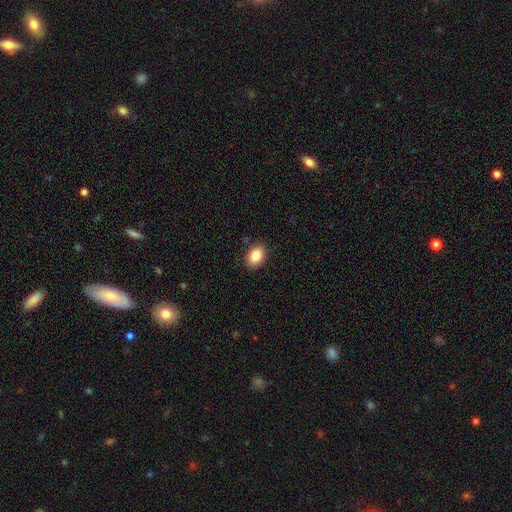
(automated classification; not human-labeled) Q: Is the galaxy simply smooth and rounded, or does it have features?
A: smooth — 86%.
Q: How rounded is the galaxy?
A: in between — 78%.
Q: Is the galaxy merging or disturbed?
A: none — 88%.